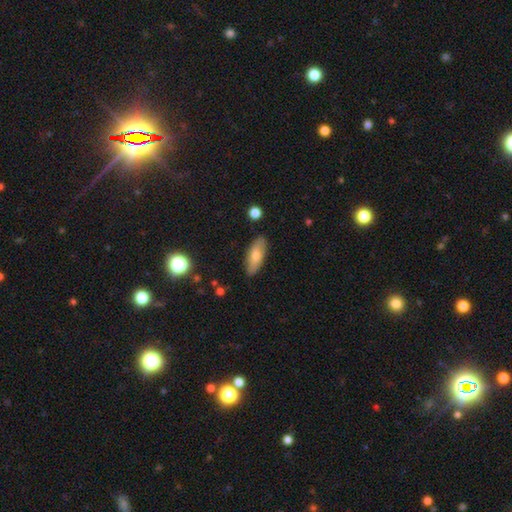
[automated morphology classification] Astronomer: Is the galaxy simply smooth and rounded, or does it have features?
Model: smooth — 71%.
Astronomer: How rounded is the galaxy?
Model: in between — 74%.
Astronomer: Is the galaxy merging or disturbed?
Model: none — 85%.